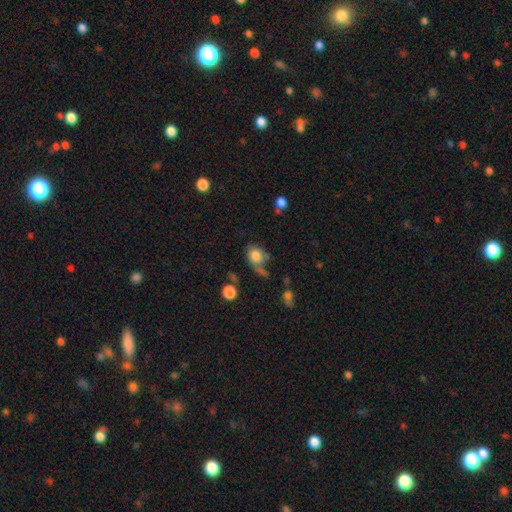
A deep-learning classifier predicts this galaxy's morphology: This is likely a smooth galaxy (77%). How rounded: possibly round (52%). Merging: marginally none (41%).